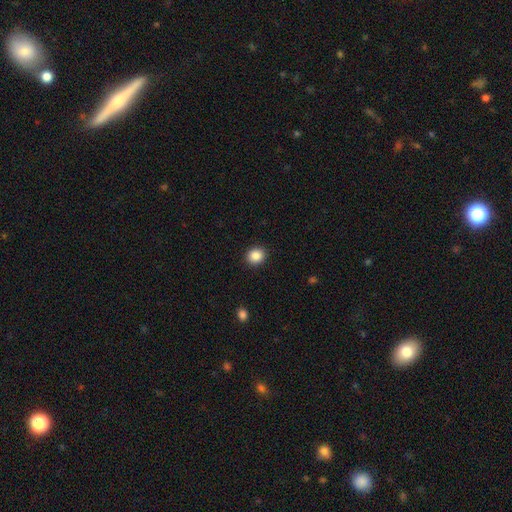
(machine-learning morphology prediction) Smooth or featured?
  - smooth: 87% *
  - star or artifact: 9%
  - featured or disk: 3%
How rounded?
  - round: 77% *
  - in between: 22%
  - cigar-shaped: 1%
Merging?
  - none: 91% *
  - minor disturbance: 6%
  - major disturbance: 2%
  - merger: 1%